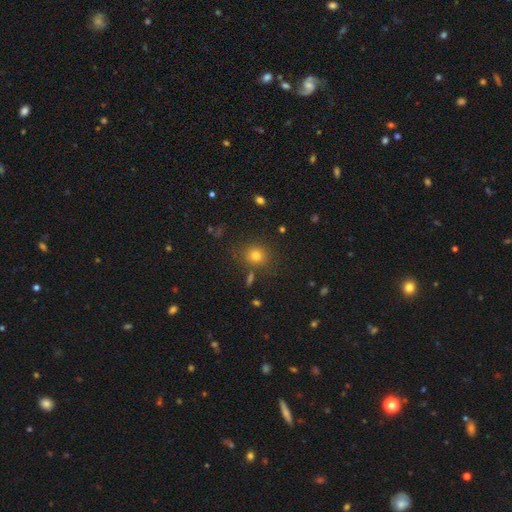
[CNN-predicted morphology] type=smooth (77%); roundness=round (78%); merging=none (80%).